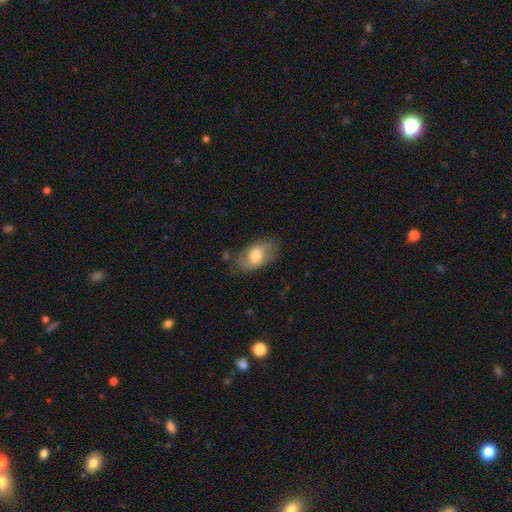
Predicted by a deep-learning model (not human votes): Morphology: type=smooth (66%); roundness=in between (92%); merging=none (72%).